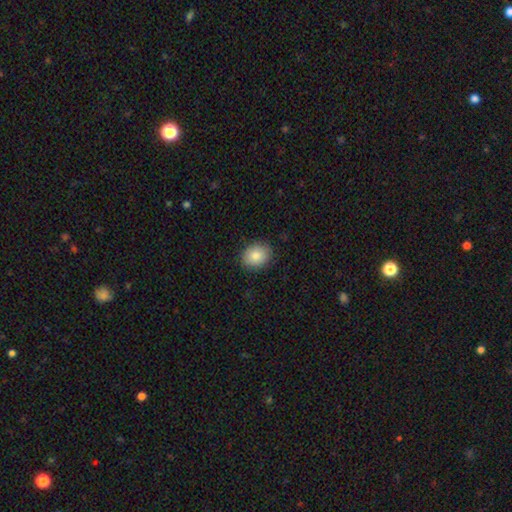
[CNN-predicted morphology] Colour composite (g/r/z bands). It shows a smooth galaxy with no disk features (84%) that is round (54%). Merging: none (87%).